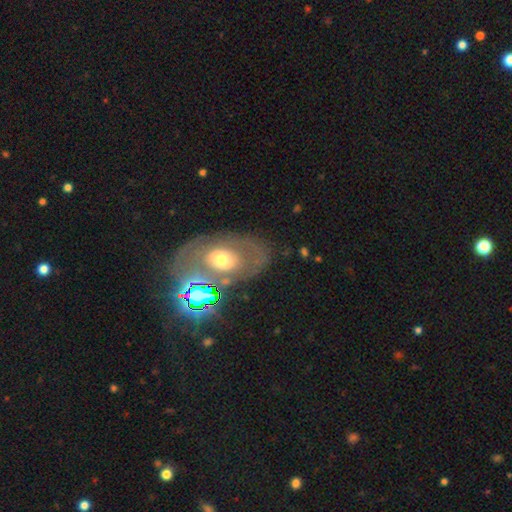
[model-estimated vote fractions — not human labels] Smooth or featured? featured or disk (57%)
Edge-on disk? no (93%)
Bar? no (70%)
Spiral arms? yes (51%)
Bulge size? moderate (65%)
Merging? none (62%)